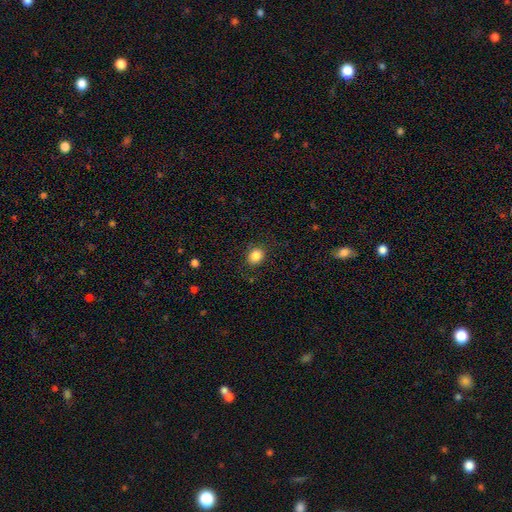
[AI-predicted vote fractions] smooth 85%, star or artifact 10%, featured or disk 5%. Down the decision tree: how rounded — round (63%); merging — none (85%).